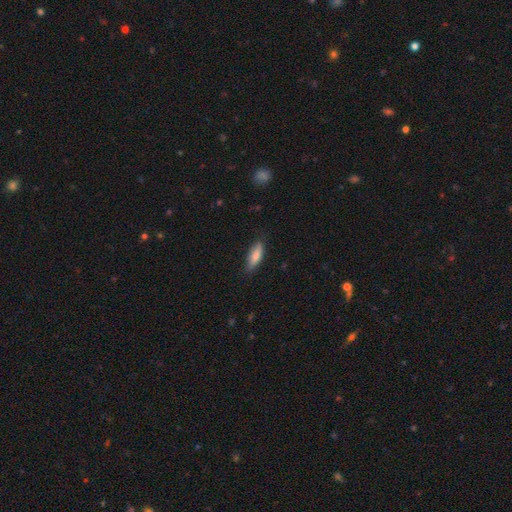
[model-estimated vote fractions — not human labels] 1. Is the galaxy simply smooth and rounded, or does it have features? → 77% smooth, 17% featured or disk, 6% star or artifact.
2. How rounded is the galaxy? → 54% in between, 44% cigar-shaped, 2% round.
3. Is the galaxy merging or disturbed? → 80% none, 16% minor disturbance, 3% major disturbance, 1% merger.